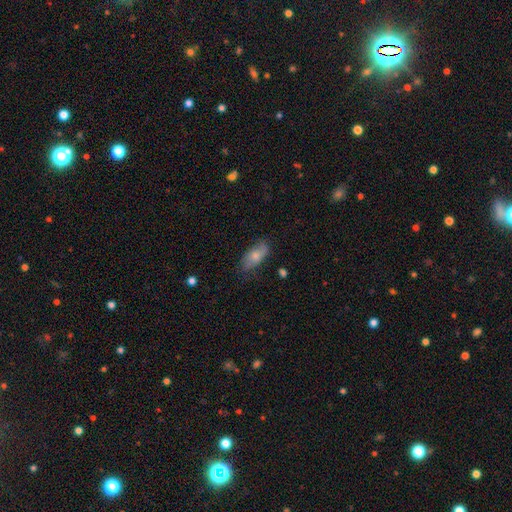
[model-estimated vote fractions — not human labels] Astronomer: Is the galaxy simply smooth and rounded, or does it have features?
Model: smooth — 74%.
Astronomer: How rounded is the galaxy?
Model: in between — 87%.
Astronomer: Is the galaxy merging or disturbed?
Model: none — 68%.